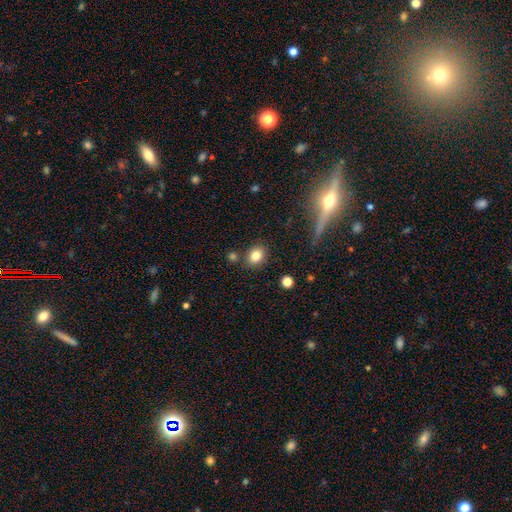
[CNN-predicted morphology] This appears to be a smooth galaxy with no disk features (82%) that is in between round and cigar-shaped (57%). Merging: none (81%).